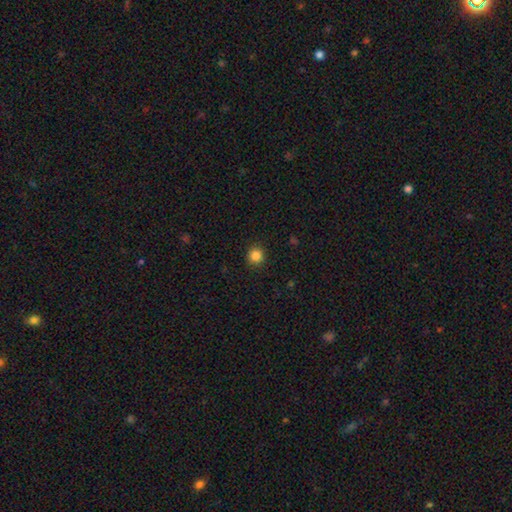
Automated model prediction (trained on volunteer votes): This appears to be a smooth galaxy with no disk features (86%) that is round (93%). Merging: none (91%).